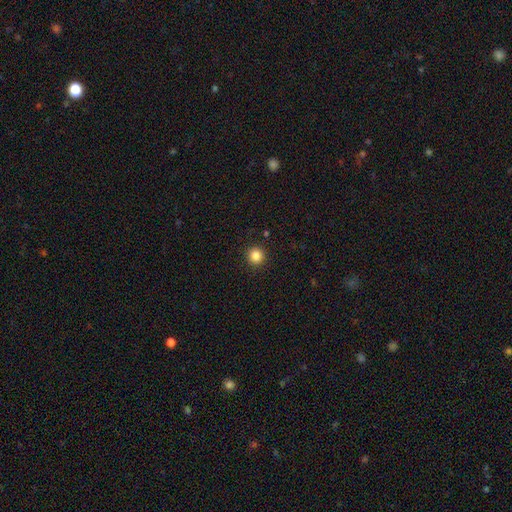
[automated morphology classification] The model was most divided on "smooth or featured": smooth: 85%, star or artifact: 11%, featured or disk: 4%. More confident: how rounded — round (94%); merging — none (92%).